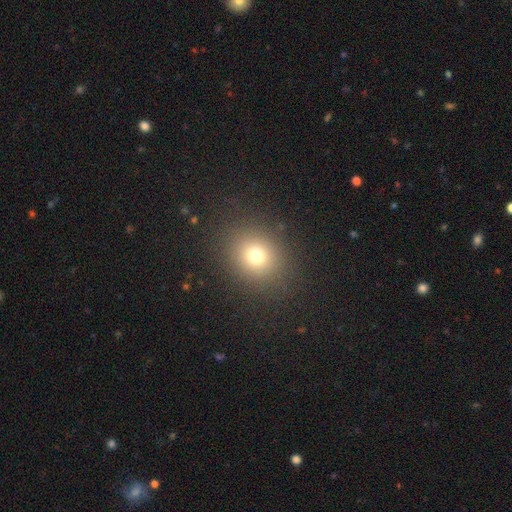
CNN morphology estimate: This appears to be a smooth galaxy with no disk features (74%) that is round (71%). Merging: none (87%).